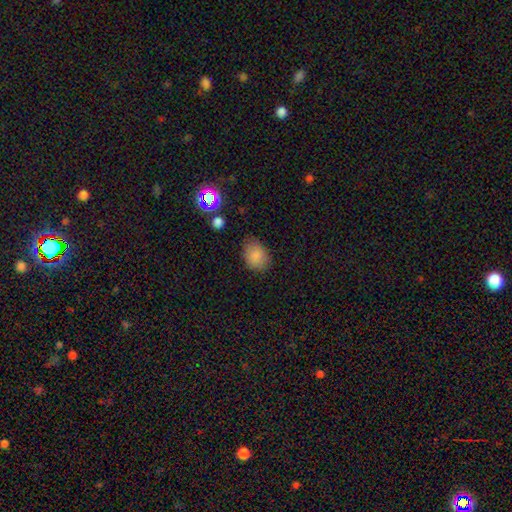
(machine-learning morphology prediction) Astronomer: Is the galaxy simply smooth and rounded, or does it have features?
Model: smooth — 83%.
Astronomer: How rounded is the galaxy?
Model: in between — 60% (runner-up: round, 39%).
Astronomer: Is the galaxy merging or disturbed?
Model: none — 73%.